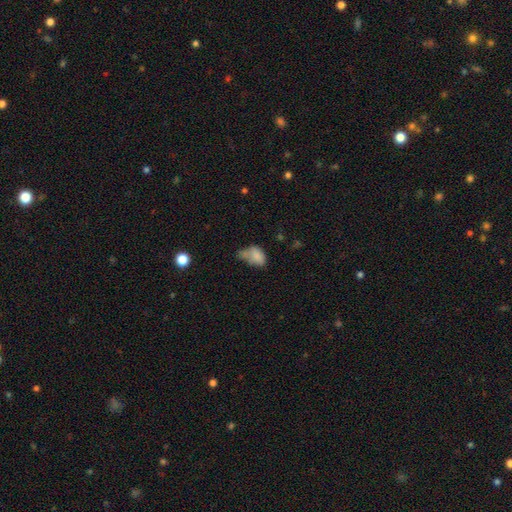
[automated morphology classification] smooth 76%, featured or disk 13%, star or artifact 11%. Down the decision tree: how rounded — in between (84%); merging — minor disturbance (31%).